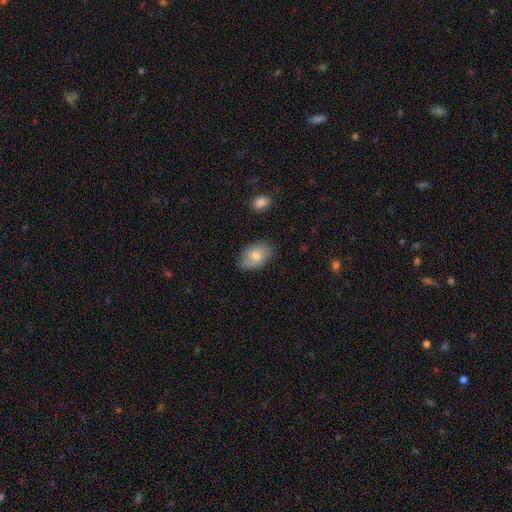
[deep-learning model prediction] Smooth or featured?
  - smooth: 75% *
  - featured or disk: 18%
  - star or artifact: 7%
How rounded?
  - in between: 91% *
  - round: 8%
  - cigar-shaped: 1%
Merging?
  - none: 82% *
  - minor disturbance: 15%
  - major disturbance: 2%
  - merger: 1%